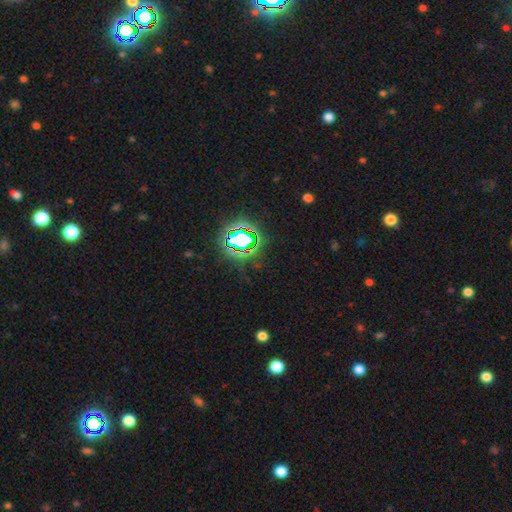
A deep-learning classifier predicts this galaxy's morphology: Smooth or featured?
  - star or artifact: 82% *
  - smooth: 12%
  - featured or disk: 7%